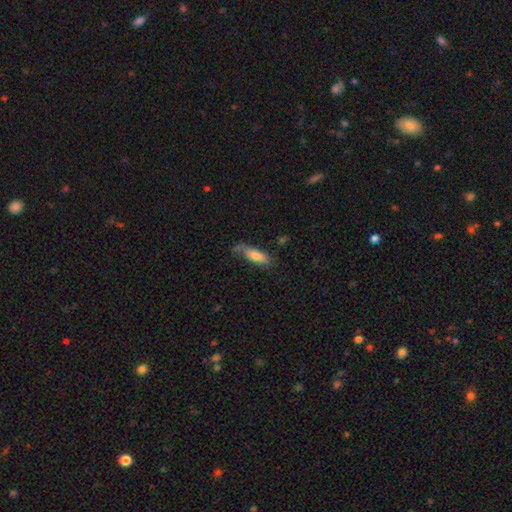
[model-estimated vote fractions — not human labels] Overall: smooth (70%). How rounded: in between (60%; cigar-shaped 38%). Merging: none (52%; minor disturbance 29%).